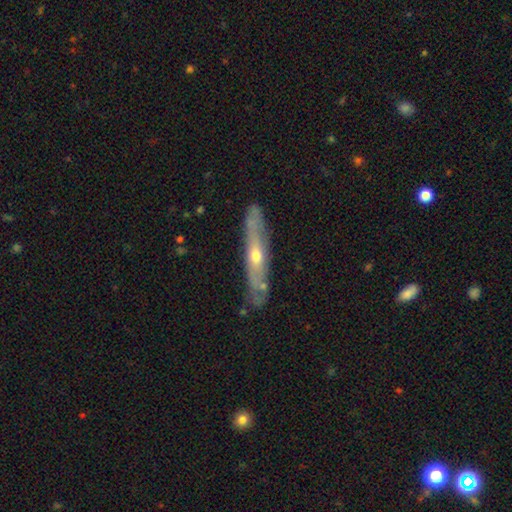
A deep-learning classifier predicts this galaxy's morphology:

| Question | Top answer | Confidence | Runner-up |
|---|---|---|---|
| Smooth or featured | featured or disk | 70% | smooth (24%) |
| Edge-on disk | yes | 71% | no (29%) |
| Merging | none | 79% | minor disturbance (16%) |